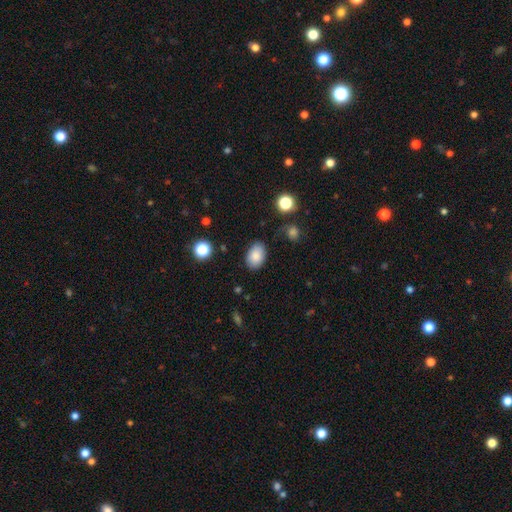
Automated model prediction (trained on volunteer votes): This is clearly a smooth galaxy (85%). How rounded: clearly in between (85%). Merging: clearly none (83%).